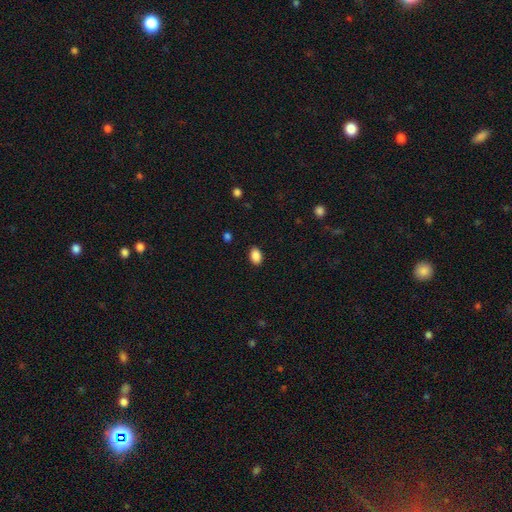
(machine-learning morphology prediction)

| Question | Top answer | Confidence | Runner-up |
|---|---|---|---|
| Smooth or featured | smooth | 89% | star or artifact (8%) |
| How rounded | in between | 85% | round (13%) |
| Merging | none | 89% | minor disturbance (8%) |